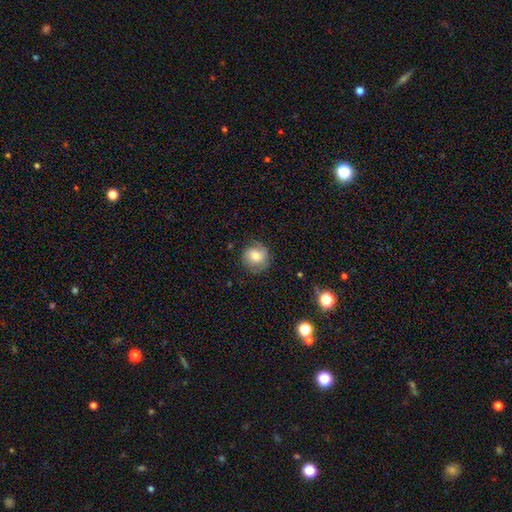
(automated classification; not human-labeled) Morphology: type=smooth (58%); roundness=round (88%); merging=none (75%).